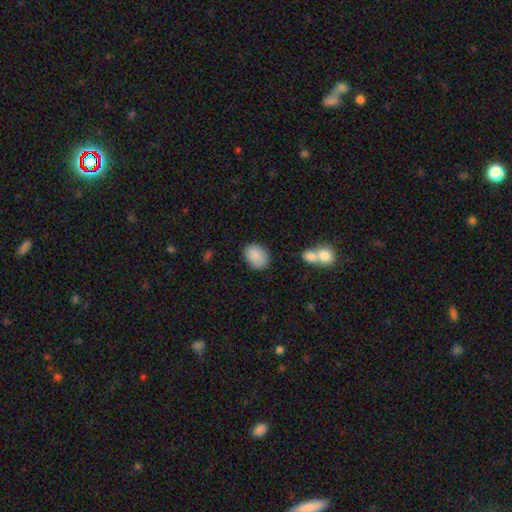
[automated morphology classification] Smooth or featured? smooth (88%)
How rounded? in between (68%)
Merging? none (80%)